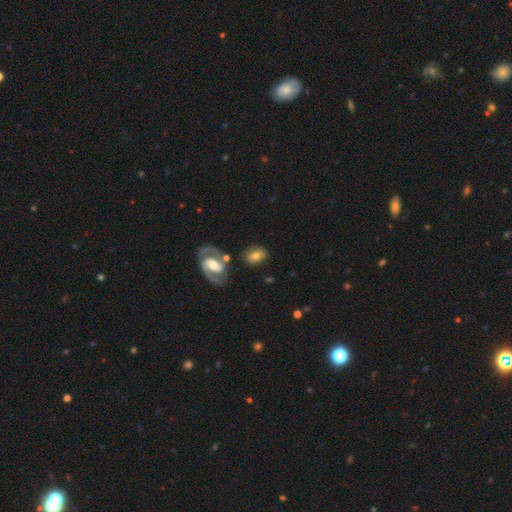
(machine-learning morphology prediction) smooth 53%, featured or disk 40%, star or artifact 7%. Down the decision tree: how rounded — in between (71%); merging — none (73%).